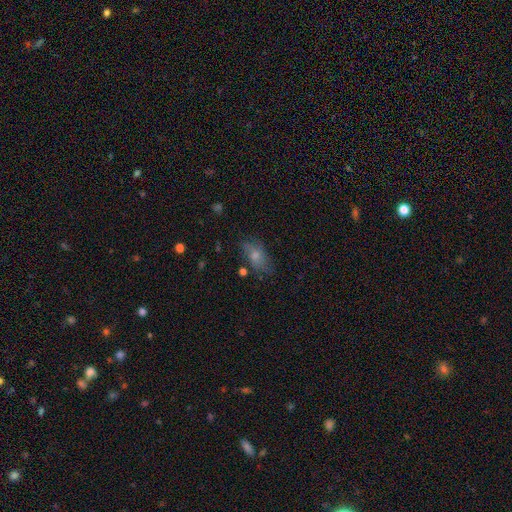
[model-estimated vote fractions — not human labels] smooth 66%, featured or disk 23%, star or artifact 11%. Down the decision tree: how rounded — in between (85%); merging — none (63%).